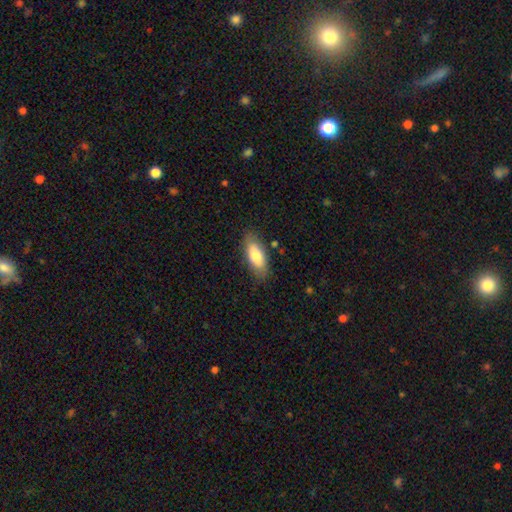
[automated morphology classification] Smooth or featured?
  - smooth: 76% *
  - featured or disk: 18%
  - star or artifact: 6%
How rounded?
  - in between: 80% *
  - cigar-shaped: 18%
  - round: 2%
Merging?
  - none: 82% *
  - minor disturbance: 13%
  - major disturbance: 3%
  - merger: 2%